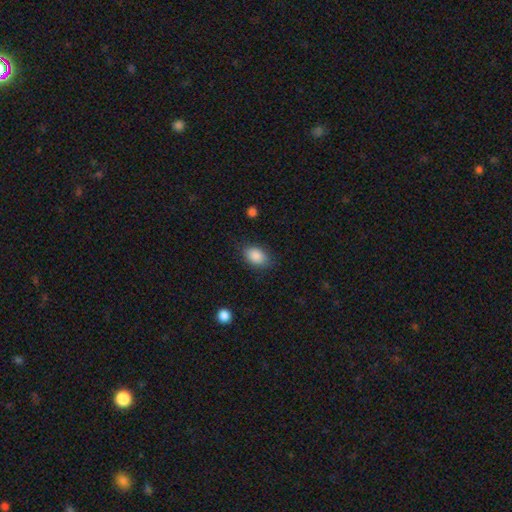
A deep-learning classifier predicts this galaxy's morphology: smooth 88%, star or artifact 7%, featured or disk 4%. Down the decision tree: how rounded — in between (86%); merging — none (82%).